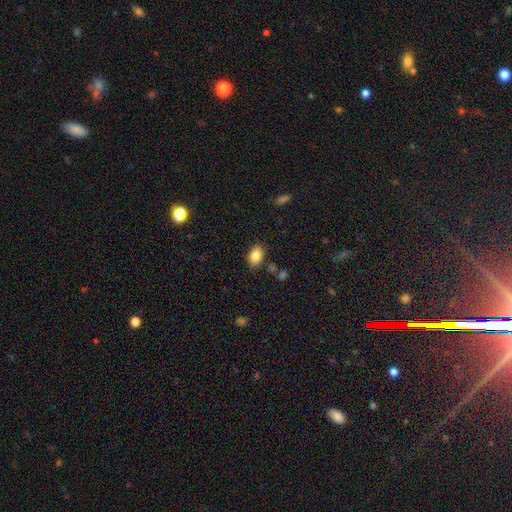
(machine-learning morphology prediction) Smooth or featured: smooth — 85% (star or artifact — 9%)
How rounded: in between — 81% (round — 18%)
Merging: none — 79% (minor disturbance — 14%)